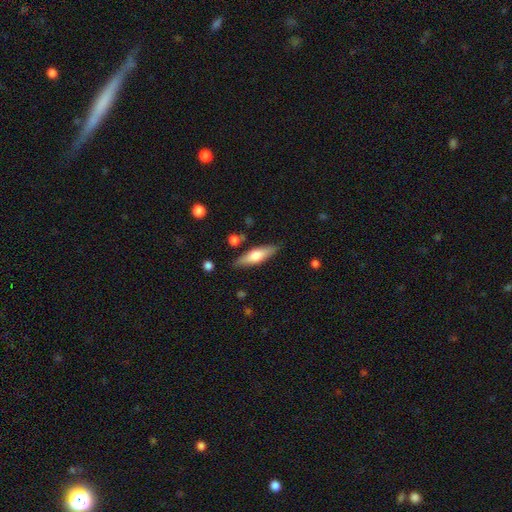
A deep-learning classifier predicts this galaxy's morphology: Smooth or featured? smooth (51%)
How rounded? cigar-shaped (60%)
Merging? none (84%)